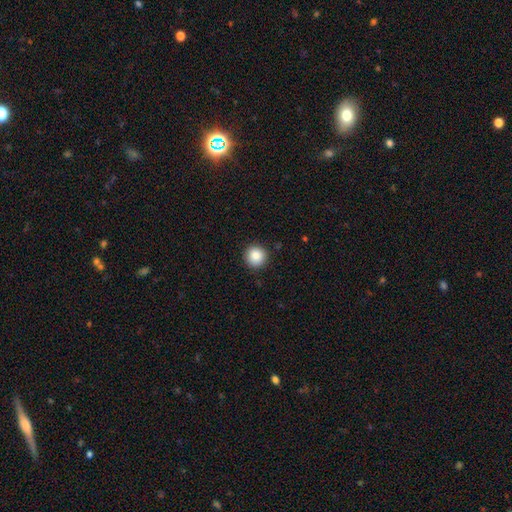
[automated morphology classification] Smooth or featured? smooth (87%)
How rounded? round (95%)
Merging? none (91%)